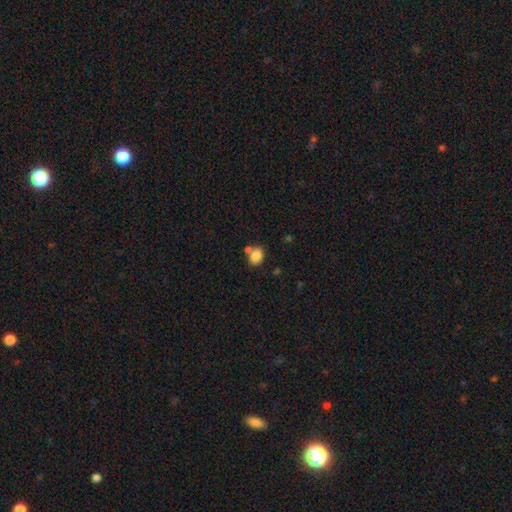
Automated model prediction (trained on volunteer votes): Smooth or featured? Predicted: smooth (p=0.84). How rounded? Predicted: in between (p=0.55). Merging? Predicted: none (p=0.59).